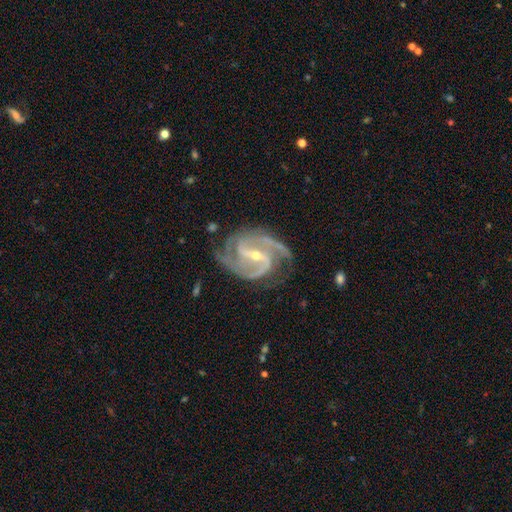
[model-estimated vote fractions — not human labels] This appears to be a featured or disk galaxy (94%) with a strong bar (58%), 2 (53%) medium (55%) spiral arms (99%) and a small central bulge (66%). Merging: none (74%).